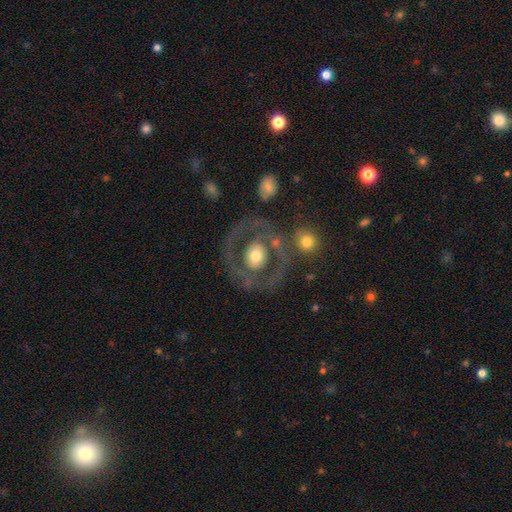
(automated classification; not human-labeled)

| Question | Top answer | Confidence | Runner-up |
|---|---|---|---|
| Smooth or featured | featured or disk | 60% | smooth (34%) |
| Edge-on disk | no | 96% | yes (4%) |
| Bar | no | 81% | weak (13%) |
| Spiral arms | no | 69% | yes (31%) |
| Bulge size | moderate | 64% | large (21%) |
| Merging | none | 69% | minor disturbance (13%) |